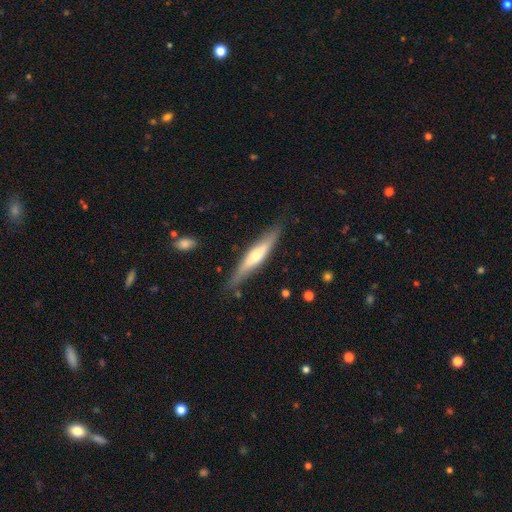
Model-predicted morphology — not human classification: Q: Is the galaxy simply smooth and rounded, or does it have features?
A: featured or disk — 57%.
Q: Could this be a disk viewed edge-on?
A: yes — 90%.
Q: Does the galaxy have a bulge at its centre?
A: rounded — 82%.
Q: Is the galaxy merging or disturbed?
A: none — 82%.